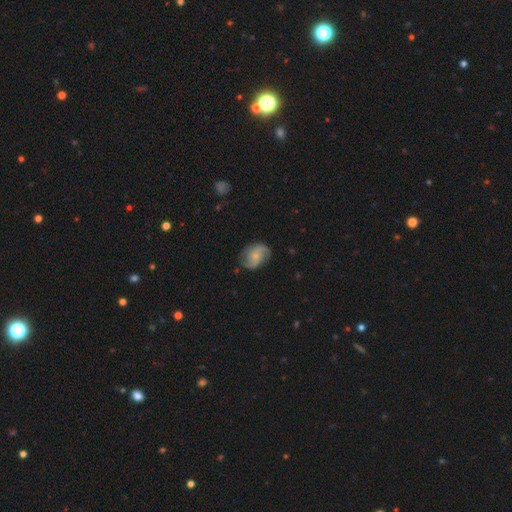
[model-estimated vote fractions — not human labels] The model was most divided on "spiral winding": medium: 42%, loose: 39%, tight: 19%. More confident: edge-on disk — no (97%); spiral arms — yes (93%); spiral arm count — 2 (80%); merging — none (71%); bar — no (69%); smooth or featured — featured or disk (66%); bulge size — small (64%).